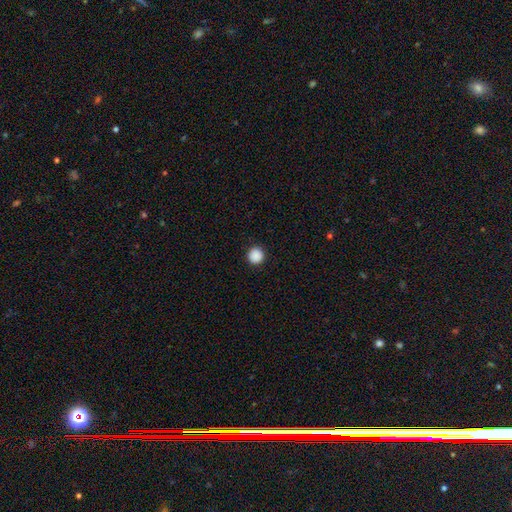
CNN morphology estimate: Smooth or featured? Predicted: smooth (p=0.89). How rounded? Predicted: round (p=0.96). Merging? Predicted: none (p=0.93).